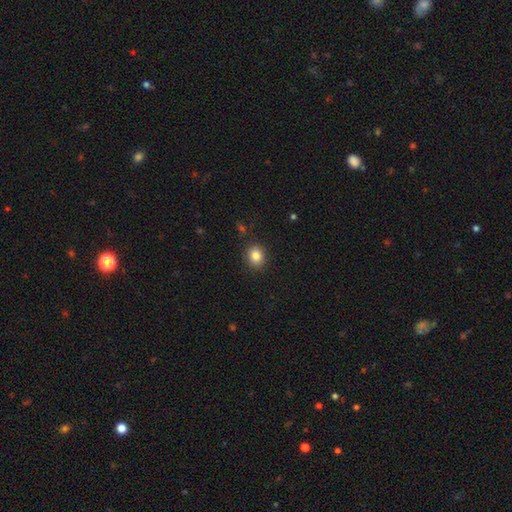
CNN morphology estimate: type=smooth (84%); roundness=round (69%); merging=none (88%).